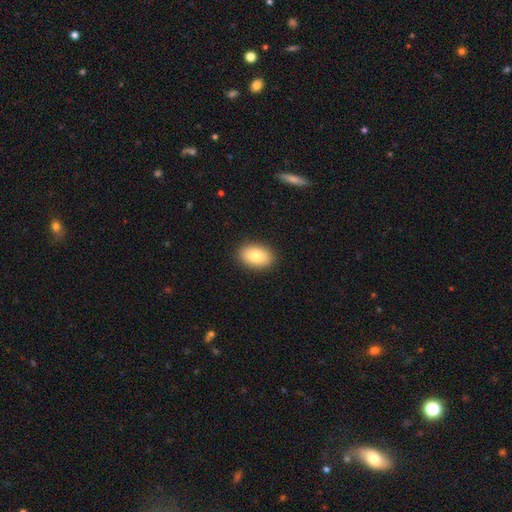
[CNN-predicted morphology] This is clearly a smooth galaxy (81%). How rounded: clearly in between (85%). Merging: clearly none (90%).